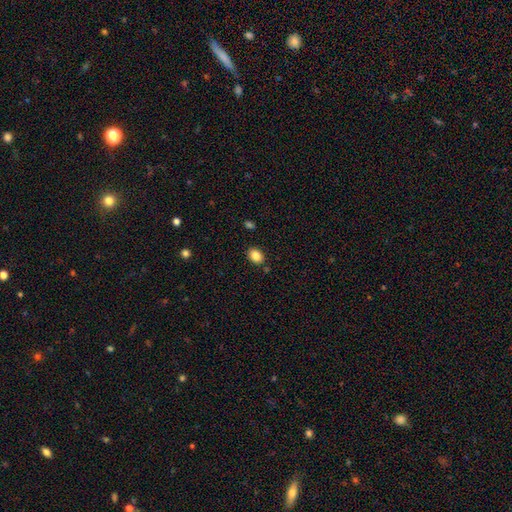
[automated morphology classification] Q: Smooth or featured?
A: smooth (85%); runner-up: star or artifact (9%)
Q: How rounded?
A: in between (69%); runner-up: round (30%)
Q: Merging?
A: none (85%); runner-up: minor disturbance (9%)